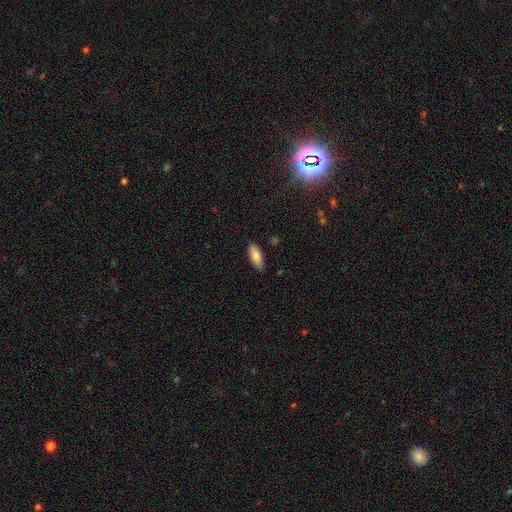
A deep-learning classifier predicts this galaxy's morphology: Smooth or featured? smooth (84%)
How rounded? in between (76%)
Merging? none (86%)